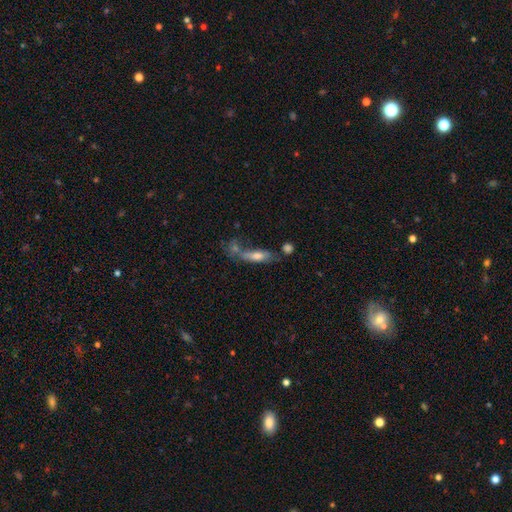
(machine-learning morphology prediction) smooth_or_featured: smooth (p=0.53) [alt: featured or disk p=0.36]
how_rounded: cigar-shaped (p=0.59) [alt: in between p=0.37]
merging: none (p=0.42) [alt: merger p=0.29]